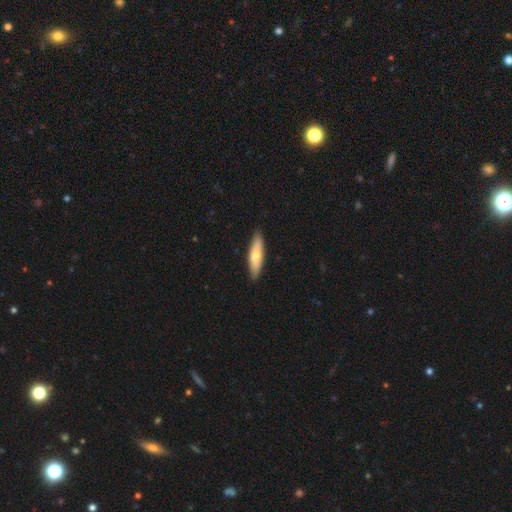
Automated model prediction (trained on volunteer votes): A smooth galaxy with no disk features (66%) that is cigar-shaped (67%).

Vote fractions:
- Smooth or featured? smooth: 66% / featured or disk: 28% / star or artifact: 5%
- How rounded? cigar-shaped: 67% / in between: 31% / round: 2%
- Merging? none: 87% / minor disturbance: 11% / major disturbance: 2% / merger: 1%